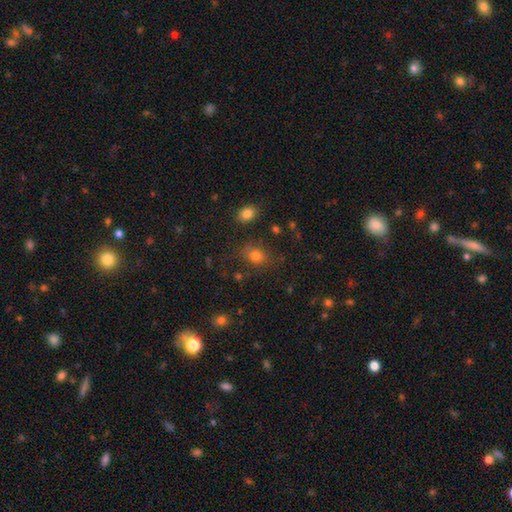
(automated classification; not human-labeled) This is likely a smooth galaxy (77%). How rounded: possibly in between (56%). Merging: likely none (72%).